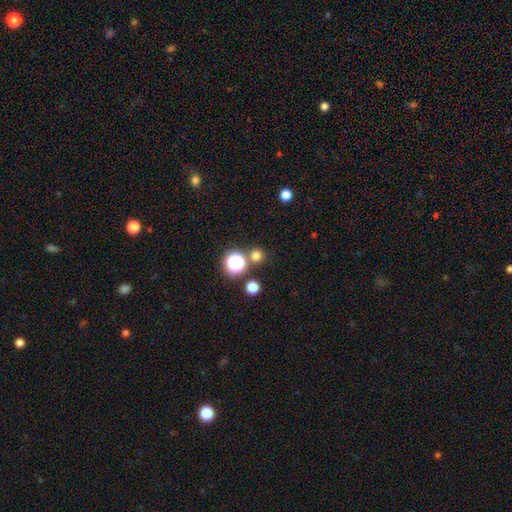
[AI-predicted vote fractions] Morphology: type=smooth (73%); roundness=round (92%); merging=none (78%).